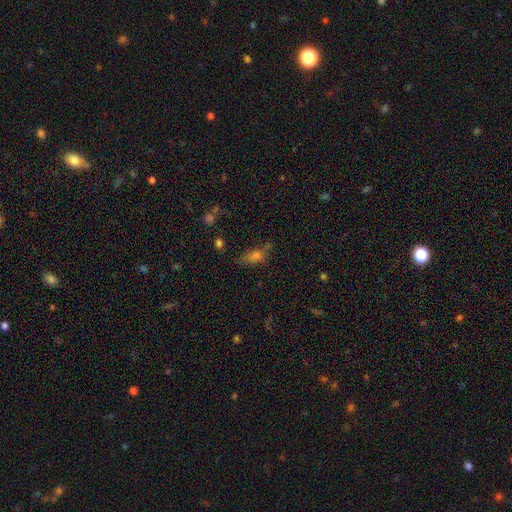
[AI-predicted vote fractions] A smooth galaxy with no disk features (63%) that is in between round and cigar-shaped (74%).

Vote fractions:
- Smooth or featured? smooth: 63% / star or artifact: 24% / featured or disk: 12%
- How rounded? in between: 74% / cigar-shaped: 14% / round: 12%
- Merging? none: 55% / minor disturbance: 23% / major disturbance: 11% / merger: 11%